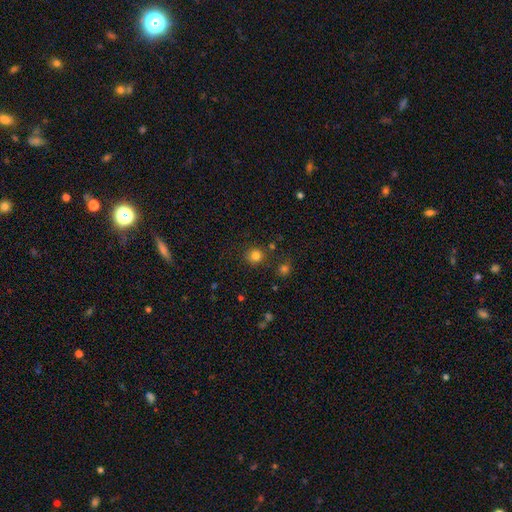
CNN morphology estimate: This appears to be a smooth galaxy with no disk features (81%) that is round (92%). Merging: none (86%).